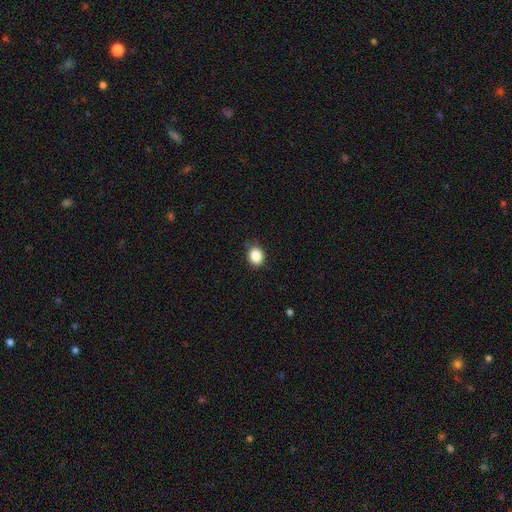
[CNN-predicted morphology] This is clearly a smooth galaxy (87%). How rounded: possibly round (53%). Merging: clearly none (83%).